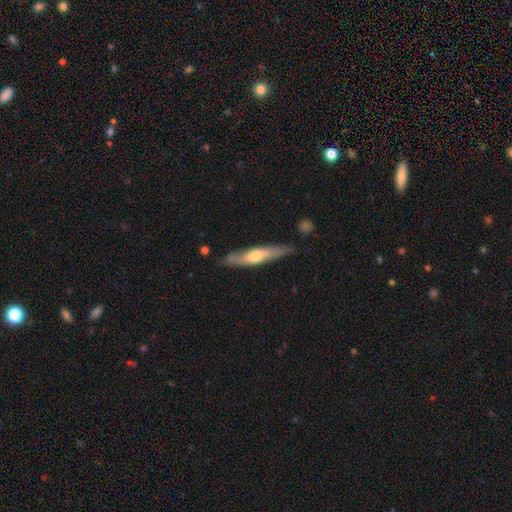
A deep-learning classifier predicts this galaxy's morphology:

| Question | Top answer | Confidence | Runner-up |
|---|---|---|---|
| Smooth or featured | featured or disk | 52% | smooth (43%) |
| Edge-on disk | yes | 84% | no (16%) |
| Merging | none | 82% | minor disturbance (14%) |